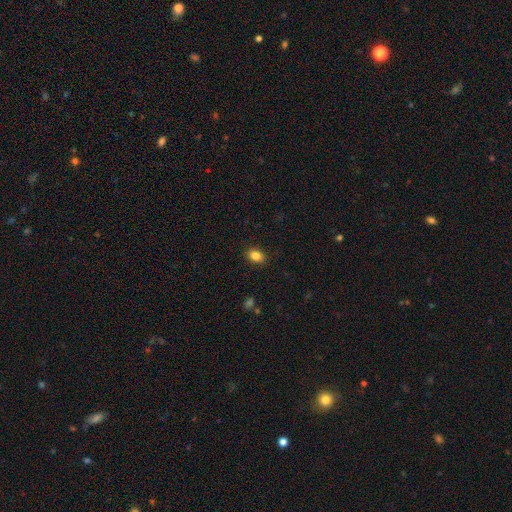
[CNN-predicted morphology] smooth_or_featured: smooth (p=0.85) [alt: star or artifact p=0.10]
how_rounded: in between (p=0.76) [alt: round p=0.23]
merging: none (p=0.89) [alt: minor disturbance p=0.08]